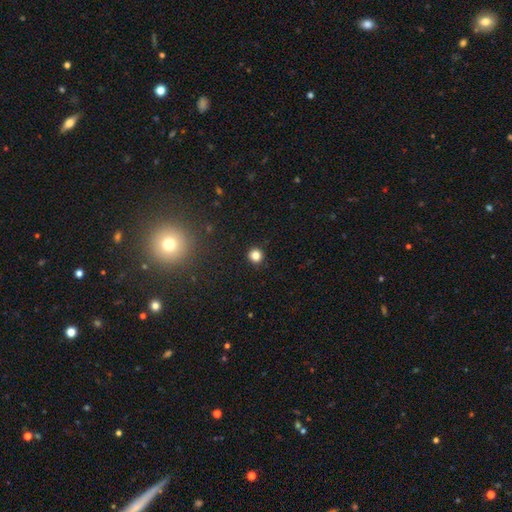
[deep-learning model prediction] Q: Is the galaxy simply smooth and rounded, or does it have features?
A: smooth — 82%.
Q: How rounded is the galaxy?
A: round — 92%.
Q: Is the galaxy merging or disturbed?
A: none — 92%.